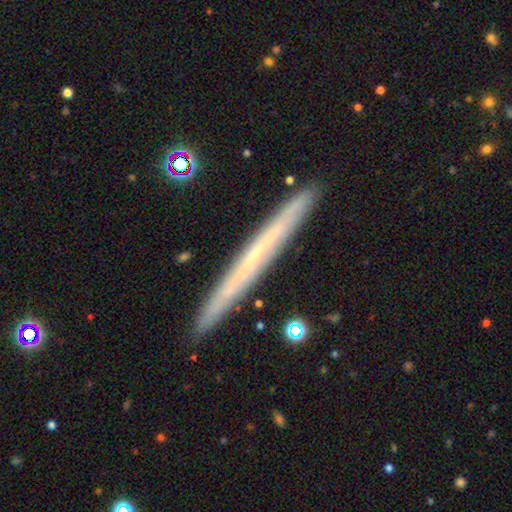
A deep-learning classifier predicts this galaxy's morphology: Overall: featured or disk (58%; smooth 35%). Edge-on disk: yes (95%). Edge-on bulge: none (87%). Merging: none (91%).